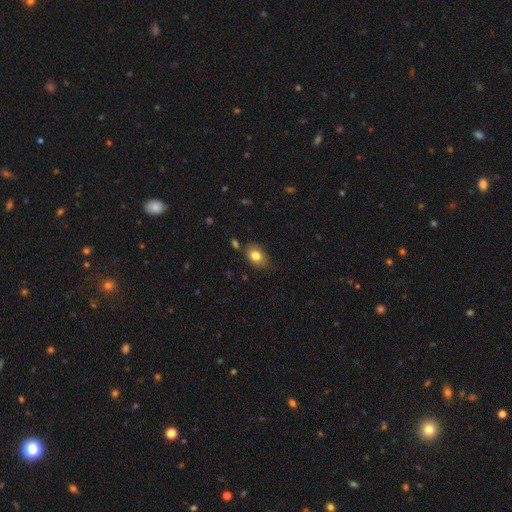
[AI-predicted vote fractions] A smooth galaxy with no disk features (82%) that is in between round and cigar-shaped (72%).

Vote fractions:
- Smooth or featured? smooth: 82% / featured or disk: 9% / star or artifact: 9%
- How rounded? in between: 72% / round: 27% / cigar-shaped: 1%
- Merging? none: 74% / minor disturbance: 19% / merger: 4% / major disturbance: 4%